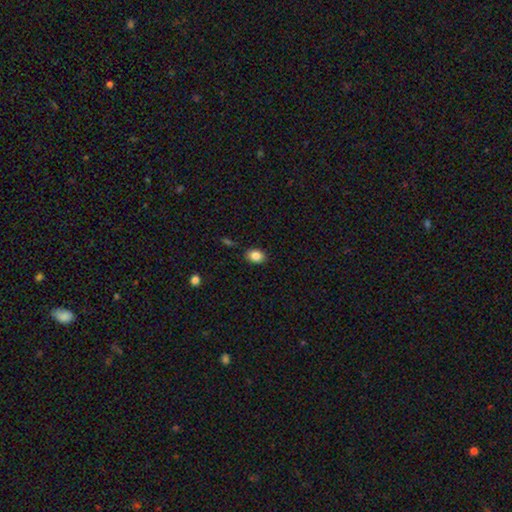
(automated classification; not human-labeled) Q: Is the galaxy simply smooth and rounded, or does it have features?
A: smooth — 85%.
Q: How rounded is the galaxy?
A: in between — 75%.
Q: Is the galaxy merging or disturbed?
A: none — 87%.